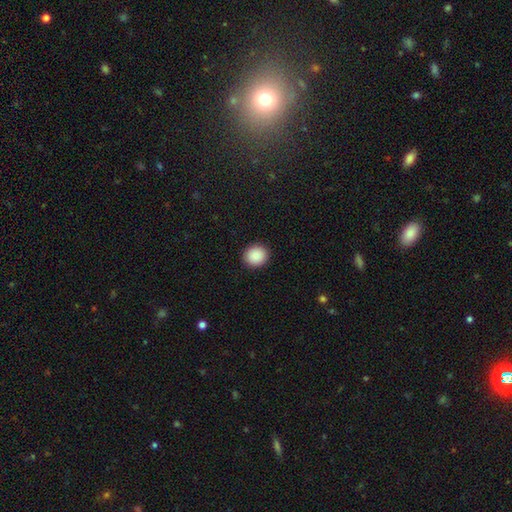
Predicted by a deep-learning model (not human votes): Smooth or featured: smooth — 90% (star or artifact — 8%)
How rounded: round — 83% (in between — 16%)
Merging: none — 92% (minor disturbance — 5%)